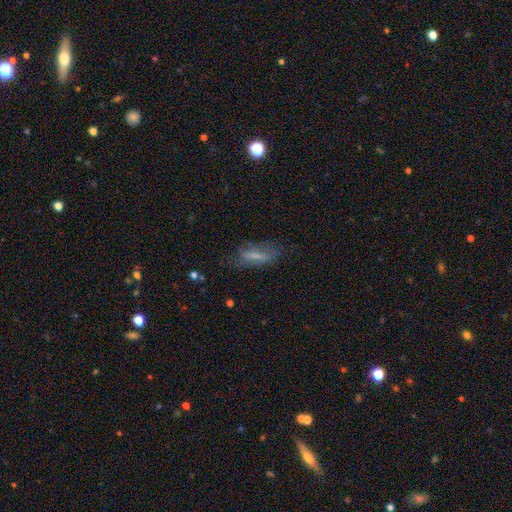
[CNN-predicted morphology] Overall: smooth (55%; featured or disk 35%). How rounded: cigar-shaped (55%; in between 42%). Merging: none (65%).